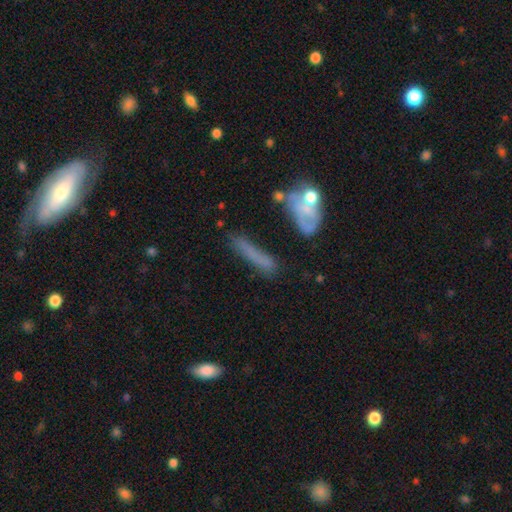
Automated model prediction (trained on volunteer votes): The model was most divided on "smooth or featured": smooth: 56%, featured or disk: 29%, star or artifact: 15%. More confident: how rounded — cigar-shaped (79%); merging — none (53%).